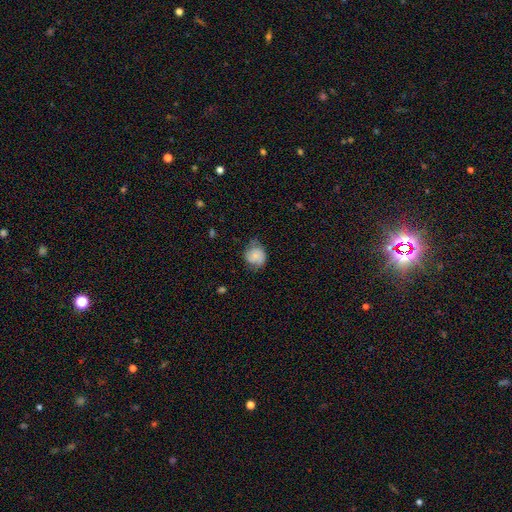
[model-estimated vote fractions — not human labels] This is likely a smooth galaxy (62%). How rounded: likely round (74%). Merging: possibly none (56%).